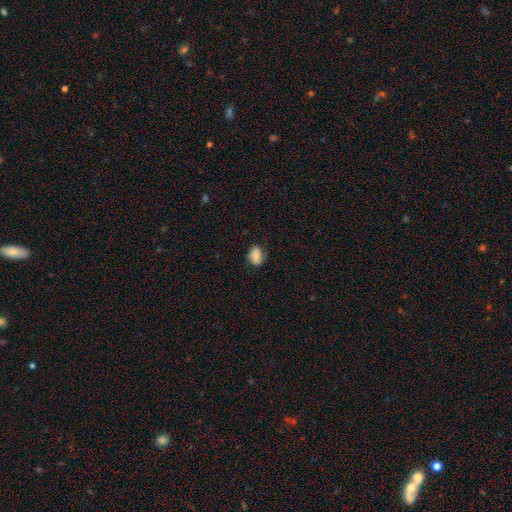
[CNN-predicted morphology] A smooth galaxy with no disk features (73%) that is in between round and cigar-shaped (59%). Merging: none (72%).